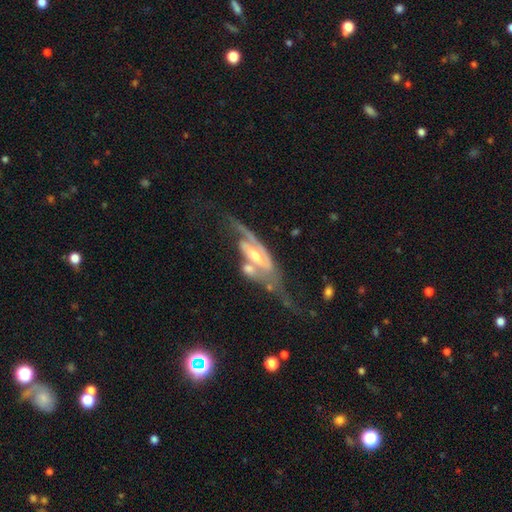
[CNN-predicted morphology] Smooth or featured?
  - featured or disk: 87% *
  - smooth: 8%
  - star or artifact: 5%
Edge-on disk?
  - no: 89% *
  - yes: 11%
Bar?
  - strong: 43% *
  - weak: 37%
  - no: 20%
Spiral arms?
  - yes: 93% *
  - no: 7%
Spiral winding?
  - medium: 41% *
  - loose: 38%
  - tight: 21%
Spiral arm count?
  - 2: 81% *
  - 1: 9%
  - can't tell: 6%
  - 3: 1%
  - 4: 1%
  - more than 4: 1%
Bulge size?
  - moderate: 57% *
  - small: 31%
  - large: 8%
  - none: 3%
  - dominant: 1%
Merging?
  - none: 35% *
  - merger: 25%
  - major disturbance: 24%
  - minor disturbance: 17%